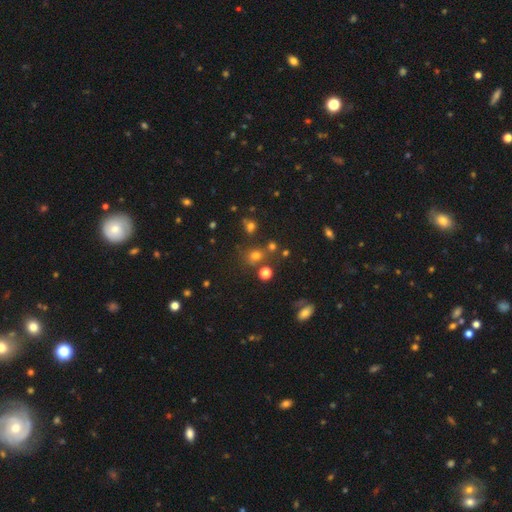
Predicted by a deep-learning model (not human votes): smooth 63%, star or artifact 28%, featured or disk 9%. Down the decision tree: how rounded — round (78%); merging — none (69%).